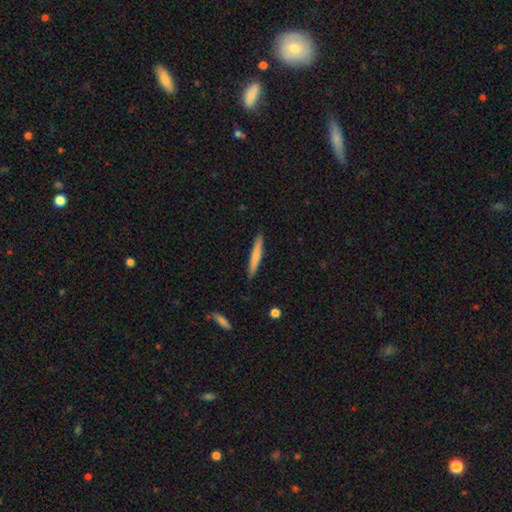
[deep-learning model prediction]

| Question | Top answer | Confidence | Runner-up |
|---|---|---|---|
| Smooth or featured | smooth | 70% | featured or disk (25%) |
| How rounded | cigar-shaped | 95% | in between (4%) |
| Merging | none | 90% | minor disturbance (8%) |